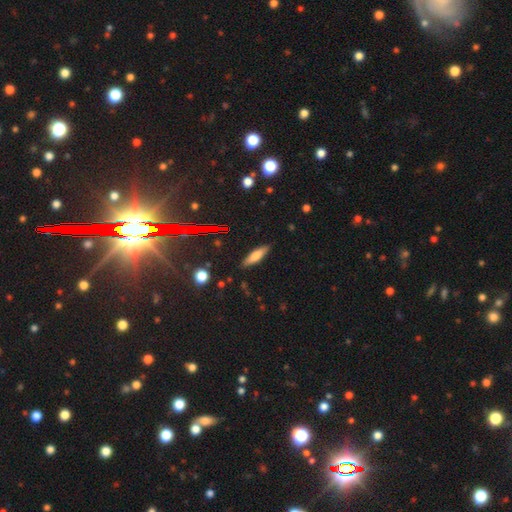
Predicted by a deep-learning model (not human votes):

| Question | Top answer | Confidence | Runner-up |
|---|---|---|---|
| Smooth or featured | smooth | 70% | featured or disk (20%) |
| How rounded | cigar-shaped | 57% | in between (40%) |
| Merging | none | 86% | minor disturbance (10%) |